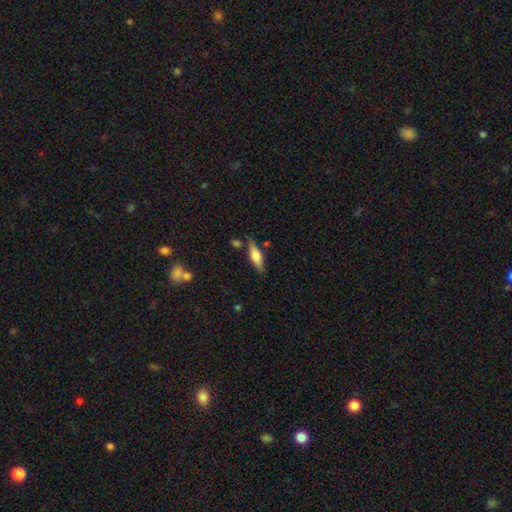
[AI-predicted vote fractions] Smooth or featured: smooth — 50% (featured or disk — 43%)
How rounded: cigar-shaped — 52% (in between — 45%)
Merging: none — 76% (minor disturbance — 15%)